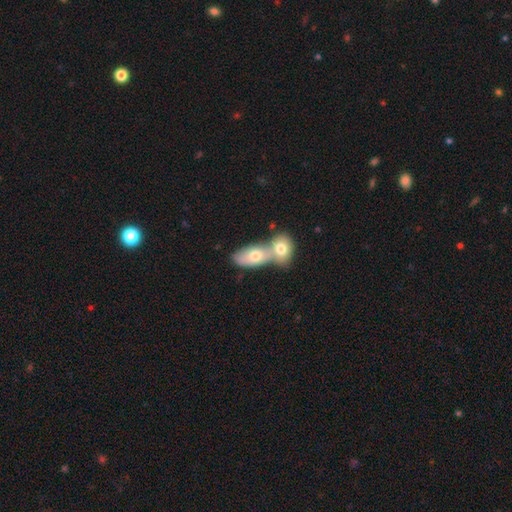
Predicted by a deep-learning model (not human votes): The model was most divided on "smooth or featured": smooth: 70%, featured or disk: 23%, star or artifact: 7%. More confident: how rounded — in between (84%); merging — merger (71%).